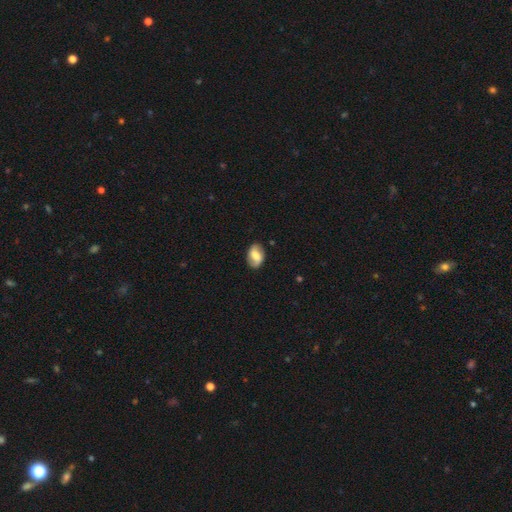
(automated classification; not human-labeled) Smooth or featured: smooth — 51% (featured or disk — 41%)
How rounded: in between — 86% (round — 12%)
Merging: none — 81% (minor disturbance — 14%)